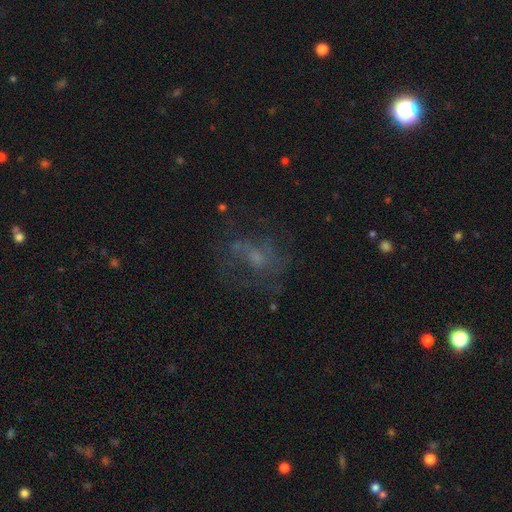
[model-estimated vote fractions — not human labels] Morphology: type=featured or disk (50%); edge-on=no (96%); merging=none (54%).